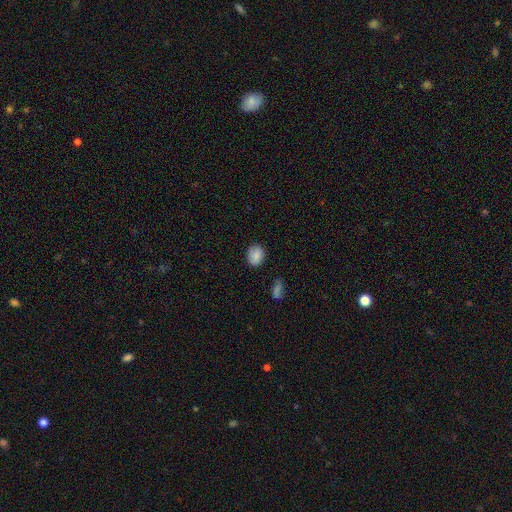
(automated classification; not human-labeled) smooth_or_featured: smooth (p=0.84) [alt: star or artifact p=0.09]
how_rounded: in between (p=0.56) [alt: round p=0.43]
merging: none (p=0.79) [alt: minor disturbance p=0.16]